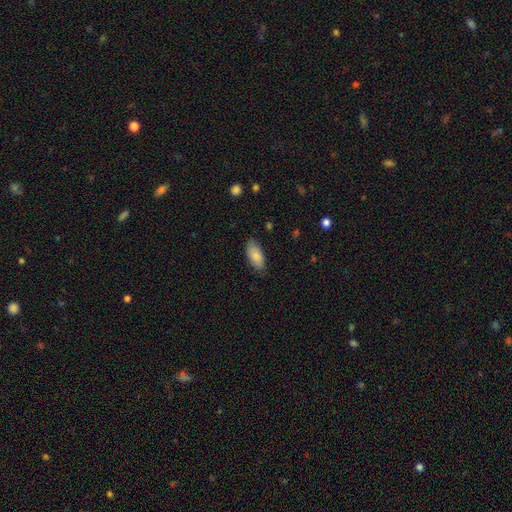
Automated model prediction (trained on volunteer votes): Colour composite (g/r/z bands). It shows a smooth galaxy with no disk features (85%) that is in between round and cigar-shaped (90%). Merging: none (80%).